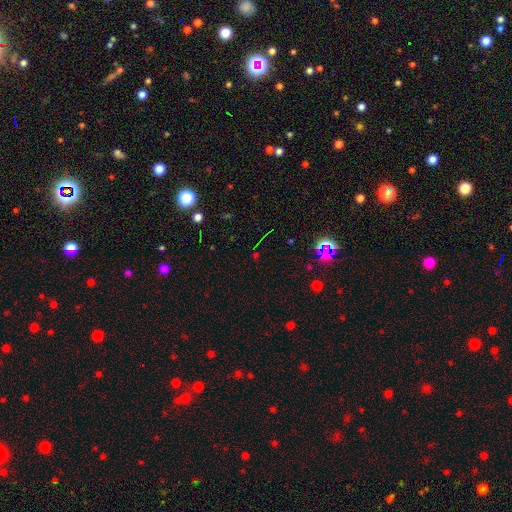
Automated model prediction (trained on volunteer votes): smooth-or-featured: star or artifact: 69% | smooth: 23% | featured or disk: 9%